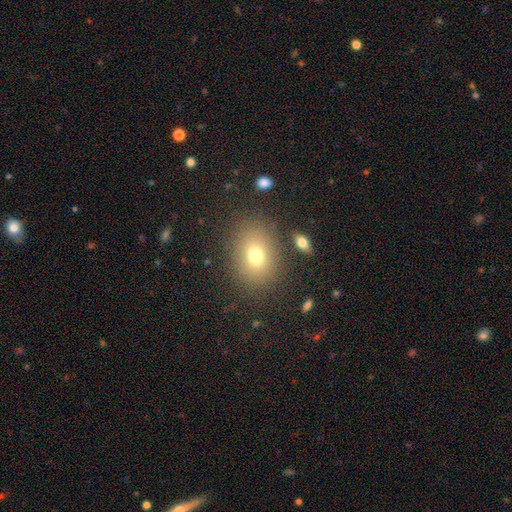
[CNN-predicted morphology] Q: Smooth or featured?
A: smooth (73%); runner-up: star or artifact (14%)
Q: How rounded?
A: in between (58%); runner-up: round (41%)
Q: Merging?
A: none (83%); runner-up: minor disturbance (10%)